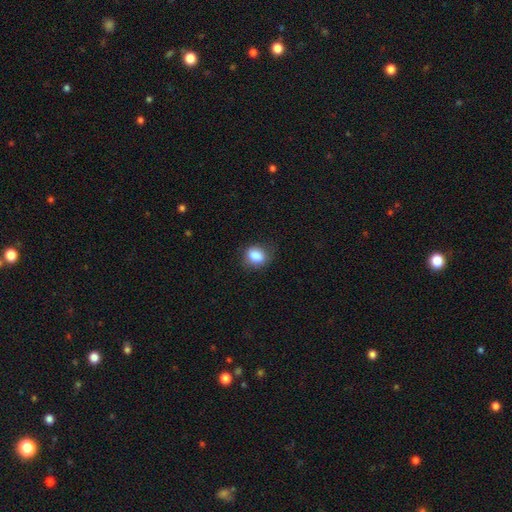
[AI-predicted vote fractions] smooth 86%, star or artifact 9%, featured or disk 5%. Down the decision tree: how rounded — round (51%); merging — none (73%).